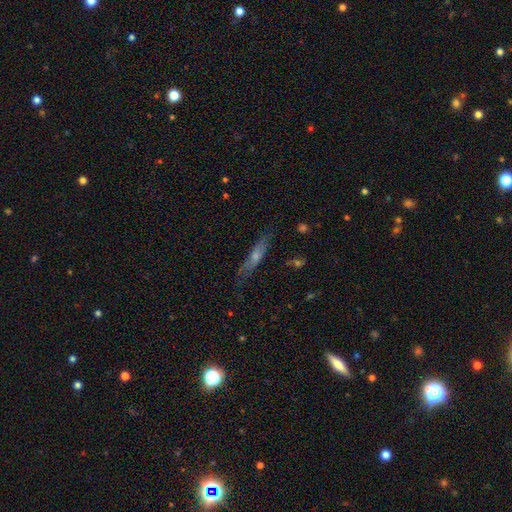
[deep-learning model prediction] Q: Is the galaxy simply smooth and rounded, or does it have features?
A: featured or disk — 53%.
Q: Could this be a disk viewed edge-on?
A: yes — 83%.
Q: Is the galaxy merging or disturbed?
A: none — 79%.